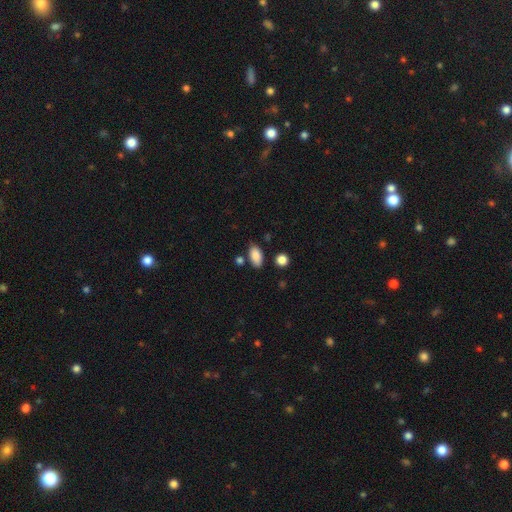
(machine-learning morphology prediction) type=smooth (87%); roundness=in between (92%); merging=none (77%).